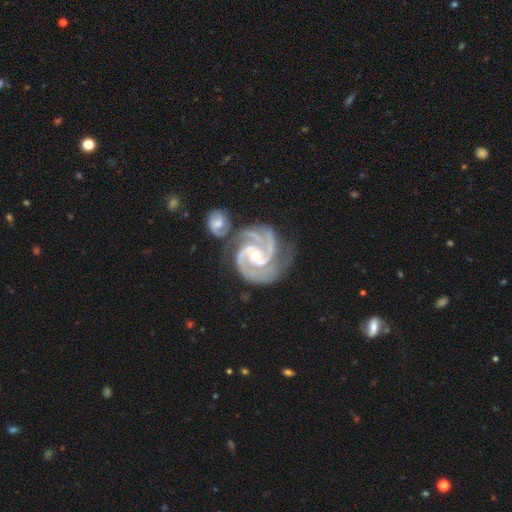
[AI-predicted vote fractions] This appears to be a featured or disk galaxy (94%) with no bar (47%), 3 (55%) tight (52%) spiral arms (99%) and a moderate central bulge (50%). Merging: none (51%).